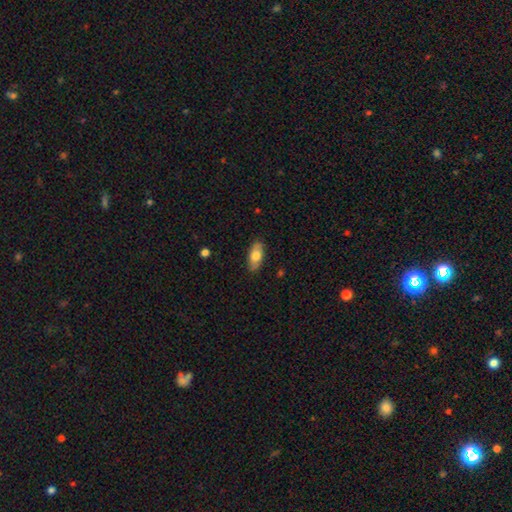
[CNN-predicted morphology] The model was most divided on "smooth or featured": smooth: 73%, featured or disk: 21%, star or artifact: 6%. More confident: how rounded — in between (87%); merging — none (85%).